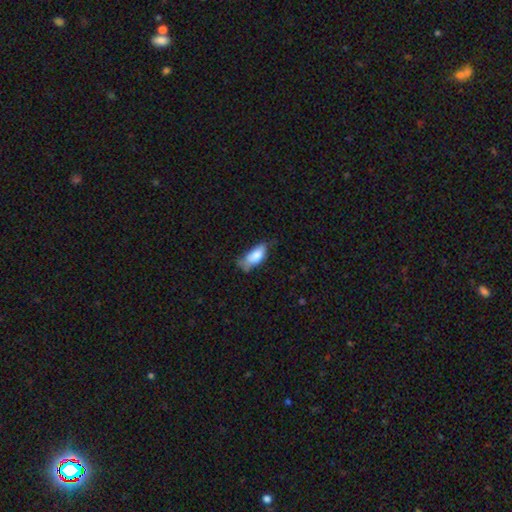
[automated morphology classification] Smooth or featured? smooth (78%)
How rounded? in between (84%)
Merging? none (42%)